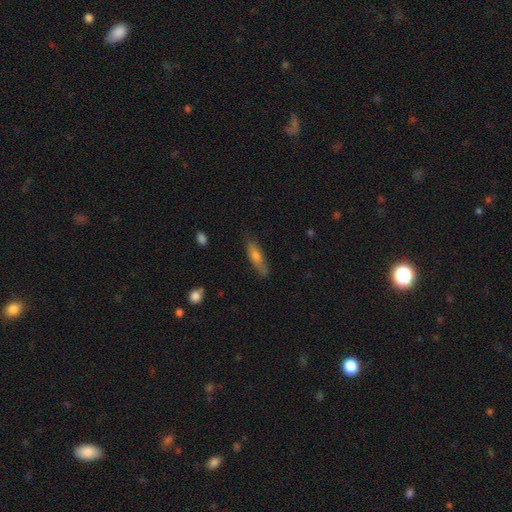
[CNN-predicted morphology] type=smooth (51%); roundness=cigar-shaped (64%); merging=none (82%).